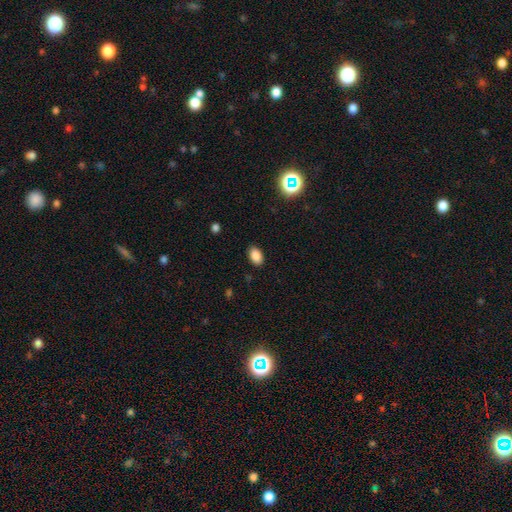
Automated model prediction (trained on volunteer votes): This appears to be a smooth galaxy with no disk features (86%) that is in between round and cigar-shaped (89%). Merging: none (87%).